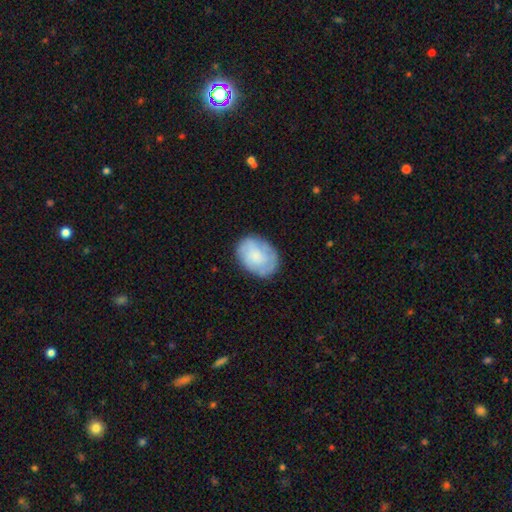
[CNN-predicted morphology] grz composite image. It shows a smooth galaxy with no disk features (66%) that is in between round and cigar-shaped (73%). Merging: none (76%).